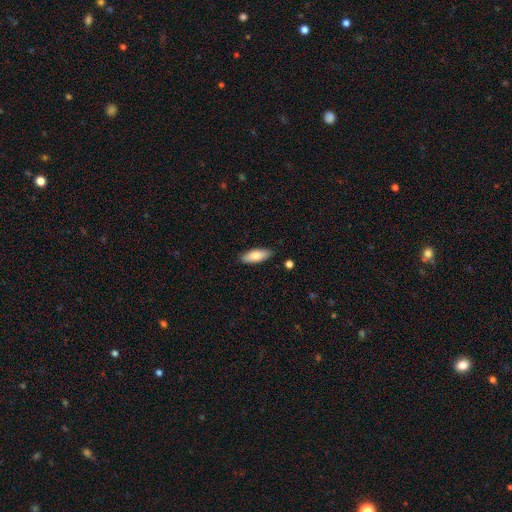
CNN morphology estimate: Overall: smooth (79%). How rounded: in between (70%). Merging: none (88%).